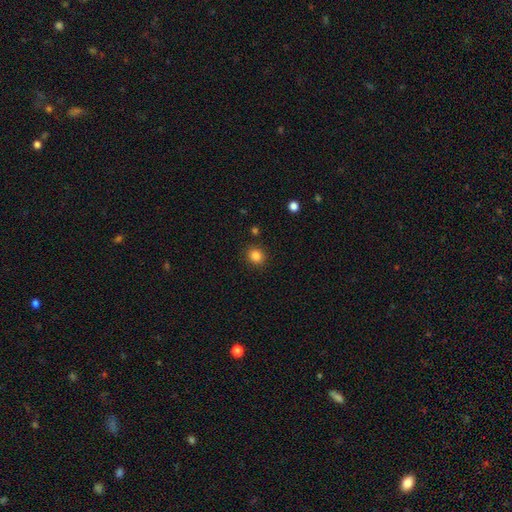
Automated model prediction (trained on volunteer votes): This is clearly a smooth galaxy (85%). How rounded: clearly round (83%). Merging: clearly none (89%).